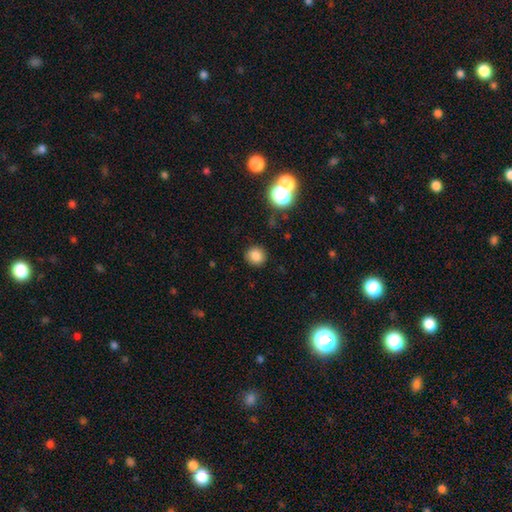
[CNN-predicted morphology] Smooth or featured? Predicted: smooth (p=0.82). How rounded? Predicted: round (p=0.89). Merging? Predicted: none (p=0.89).